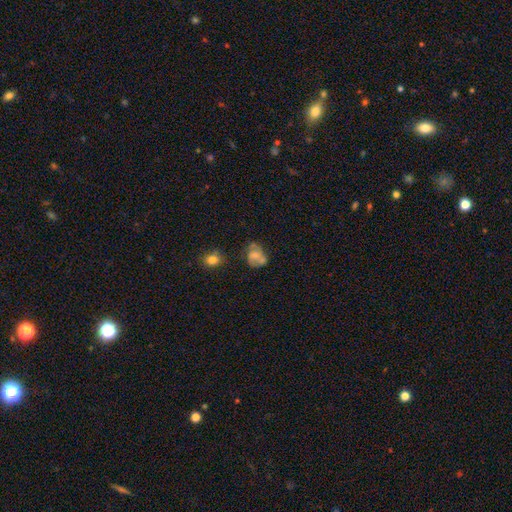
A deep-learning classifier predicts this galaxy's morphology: smooth-or-featured: smooth: 50% | featured or disk: 41% | star or artifact: 10%
  merging: none: 41% | minor disturbance: 25% | merger: 18% | major disturbance: 15%